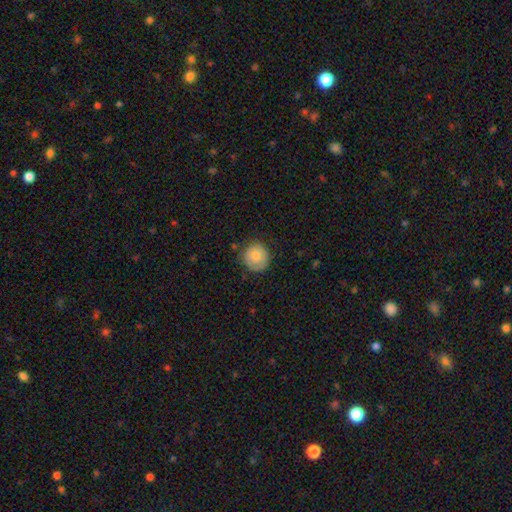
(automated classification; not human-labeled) Overall: smooth (78%). How rounded: round (92%). Merging: none (80%).